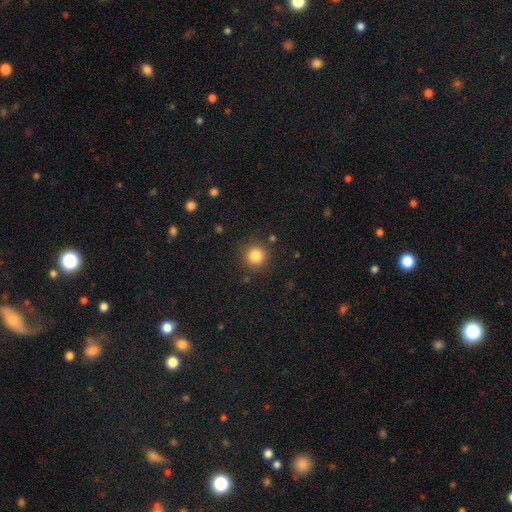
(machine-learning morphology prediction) Smooth or featured? Predicted: smooth (p=0.84). How rounded? Predicted: round (p=0.94). Merging? Predicted: none (p=0.88).